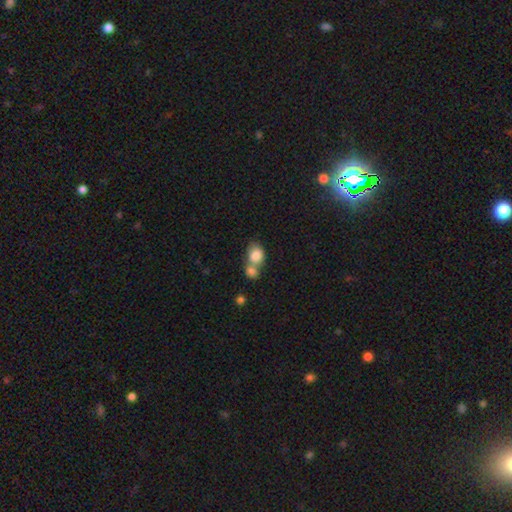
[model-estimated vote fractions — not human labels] This is clearly a smooth galaxy (83%). How rounded: possibly in between (58%). Merging: likely merger (60%).